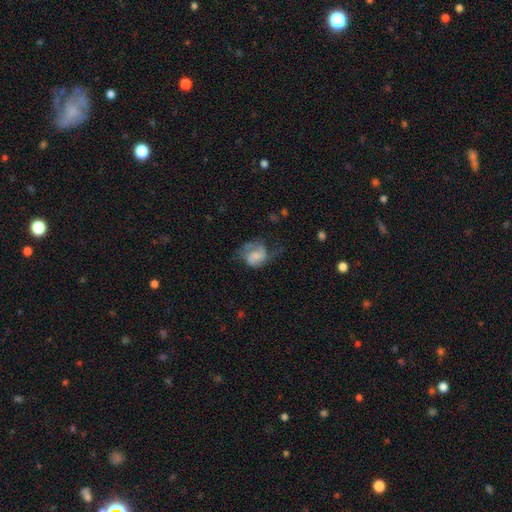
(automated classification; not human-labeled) This appears to be a featured or disk galaxy (46%). Merging: major disturbance (37%).